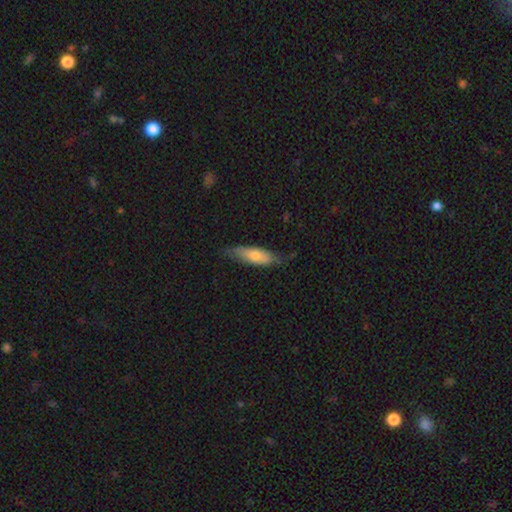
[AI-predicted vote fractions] Smooth or featured? Predicted: smooth (p=0.68). How rounded? Predicted: in between (p=0.55). Merging? Predicted: none (p=0.65).